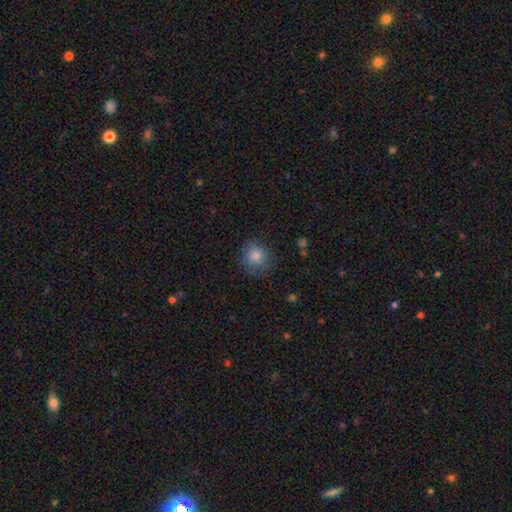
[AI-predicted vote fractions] This is likely a smooth galaxy (80%). How rounded: clearly round (80%). Merging: likely none (74%).